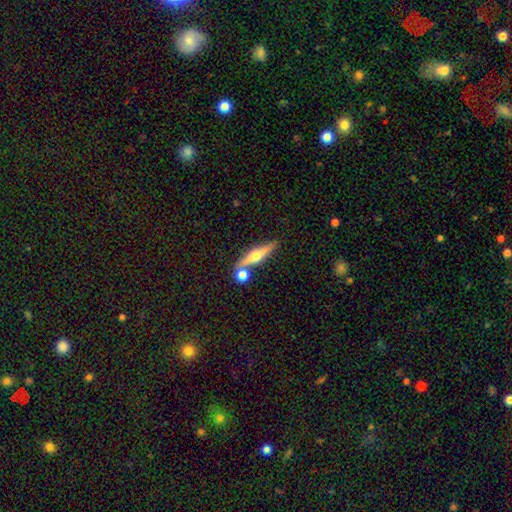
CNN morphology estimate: This is likely a featured or disk galaxy (65%). It is clearly viewed edge-on (95%). Edge-on bulge: clearly rounded (95%). Merging: likely none (71%).